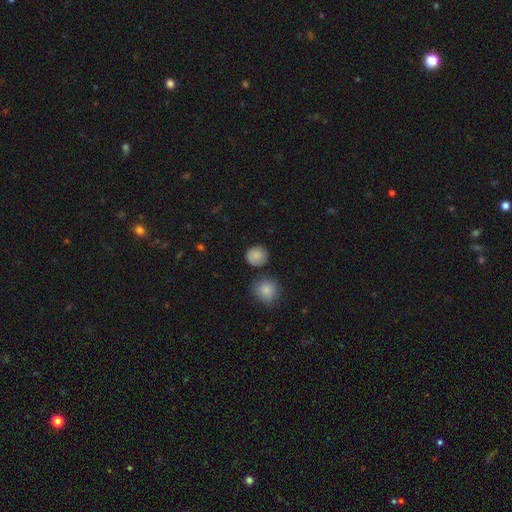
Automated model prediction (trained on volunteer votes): Q: Smooth or featured?
A: smooth (84%); runner-up: star or artifact (10%)
Q: How rounded?
A: round (88%); runner-up: in between (11%)
Q: Merging?
A: none (80%); runner-up: minor disturbance (12%)